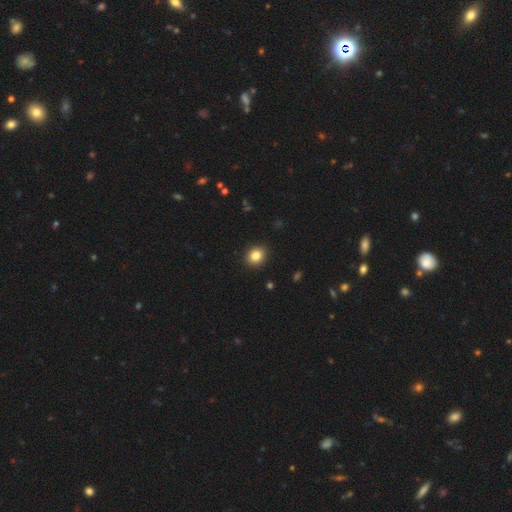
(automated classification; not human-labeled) smooth-or-featured: smooth: 84% | star or artifact: 10% | featured or disk: 6%
  how-rounded: round: 74% | in between: 25% | cigar-shaped: 1%
  merging: none: 92% | minor disturbance: 5% | major disturbance: 2% | merger: 1%